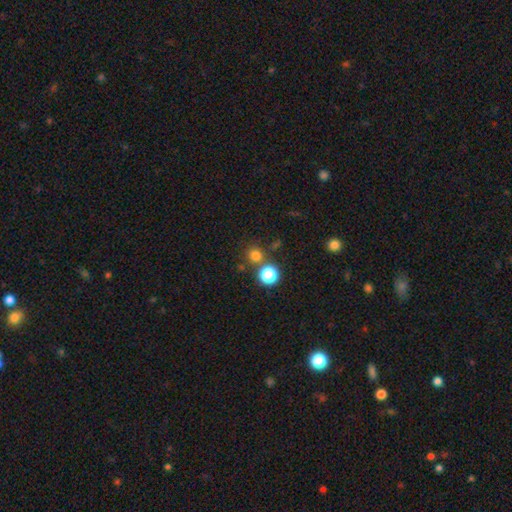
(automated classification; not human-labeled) Smooth or featured? Predicted: smooth (p=0.74). How rounded? Predicted: round (p=0.92). Merging? Predicted: none (p=0.76).